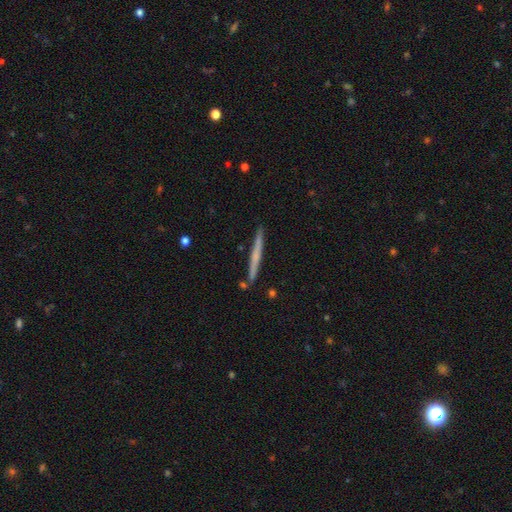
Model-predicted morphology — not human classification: Smooth or featured? featured or disk (47%, tied with smooth)
Merging? none (88%)